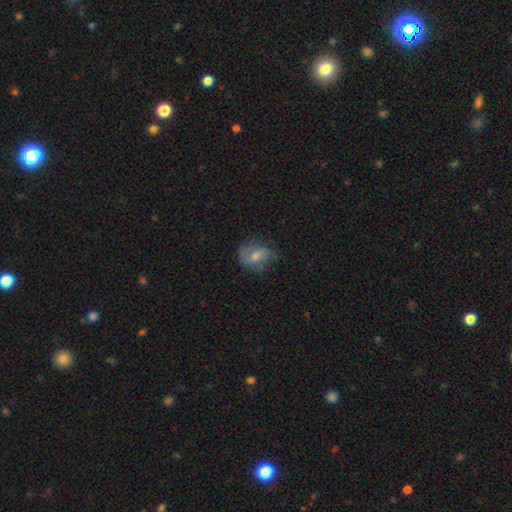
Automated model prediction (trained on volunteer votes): Smooth or featured?
  - smooth: 47% *
  - featured or disk: 41%
  - star or artifact: 12%
Merging?
  - none: 65% *
  - minor disturbance: 24%
  - major disturbance: 9%
  - merger: 1%